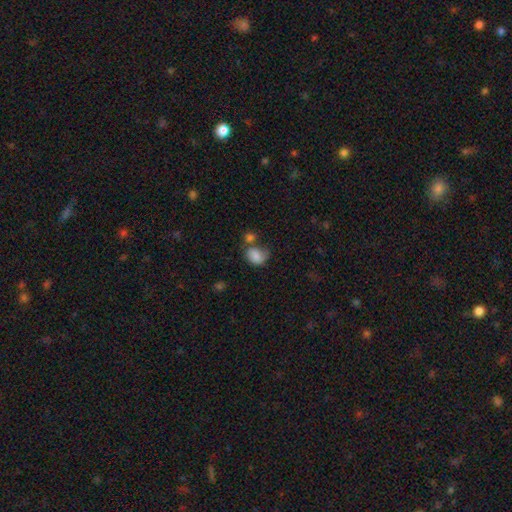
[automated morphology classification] Overall: smooth (78%). How rounded: in between (54%; round 45%). Merging: none (37%; merger 25%).